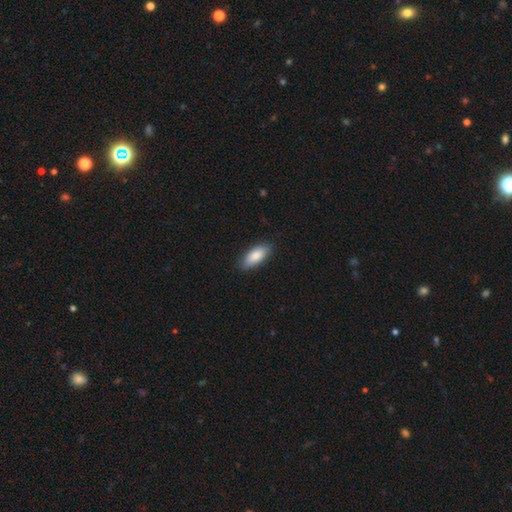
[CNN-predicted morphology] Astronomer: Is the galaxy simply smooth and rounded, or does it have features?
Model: smooth — 85%.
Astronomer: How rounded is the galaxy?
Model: in between — 83%.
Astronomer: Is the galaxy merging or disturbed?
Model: none — 86%.